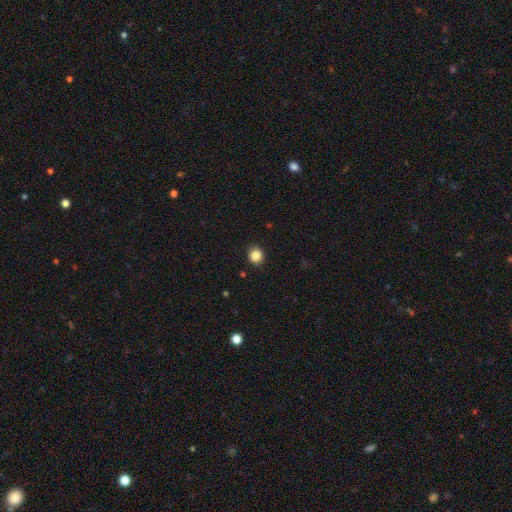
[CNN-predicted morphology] Q: Smooth or featured?
A: smooth (86%); runner-up: star or artifact (10%)
Q: How rounded?
A: round (79%); runner-up: in between (20%)
Q: Merging?
A: none (91%); runner-up: minor disturbance (7%)